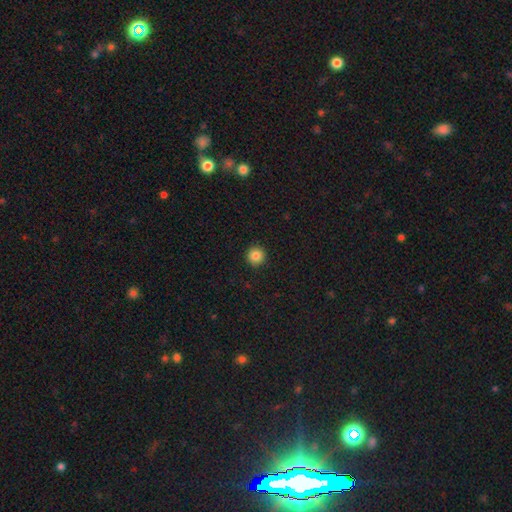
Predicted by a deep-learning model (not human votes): Overall: smooth (85%). How rounded: round (96%). Merging: none (93%).